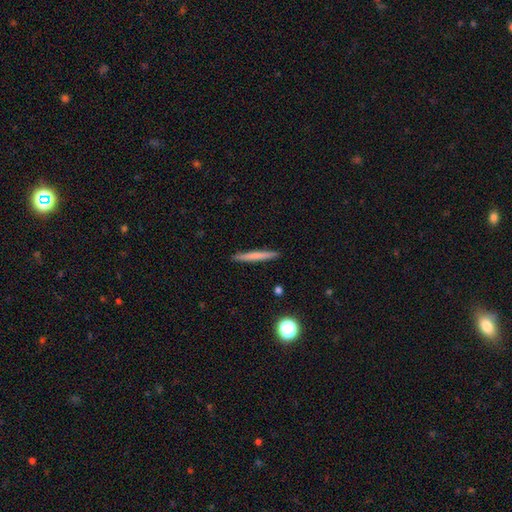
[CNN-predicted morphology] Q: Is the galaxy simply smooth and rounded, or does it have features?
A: smooth — 64%.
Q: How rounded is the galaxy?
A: cigar-shaped — 96%.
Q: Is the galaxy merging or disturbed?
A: none — 92%.